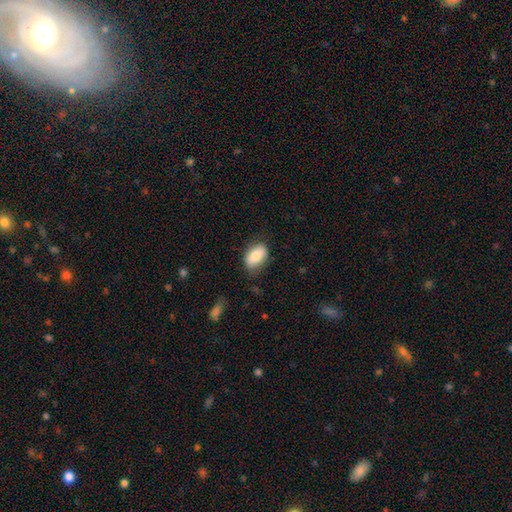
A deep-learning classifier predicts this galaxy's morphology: Smooth or featured? smooth (78%)
How rounded? in between (88%)
Merging? none (71%)